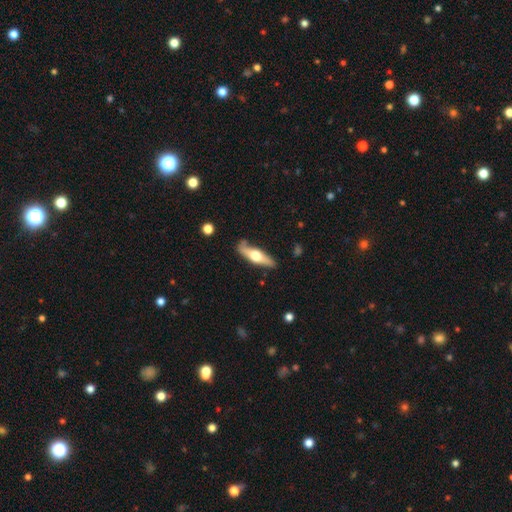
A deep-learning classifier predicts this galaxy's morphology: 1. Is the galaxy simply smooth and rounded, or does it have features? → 57% featured or disk, 38% smooth, 5% star or artifact.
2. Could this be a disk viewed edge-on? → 86% yes, 14% no.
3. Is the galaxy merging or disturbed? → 74% none, 18% minor disturbance, 5% major disturbance, 3% merger.